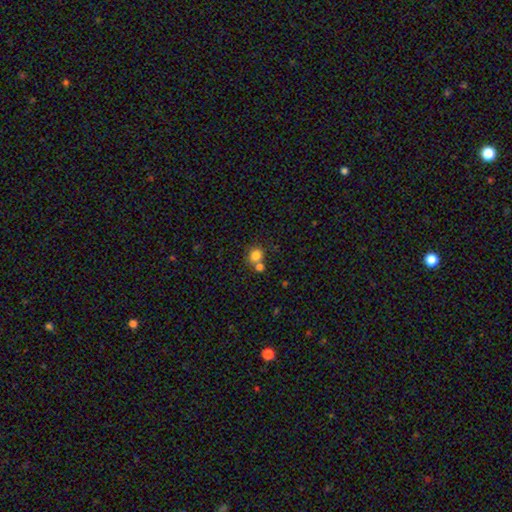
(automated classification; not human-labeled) smooth 81%, star or artifact 12%, featured or disk 8%. Down the decision tree: how rounded — round (82%); merging — none (52%).